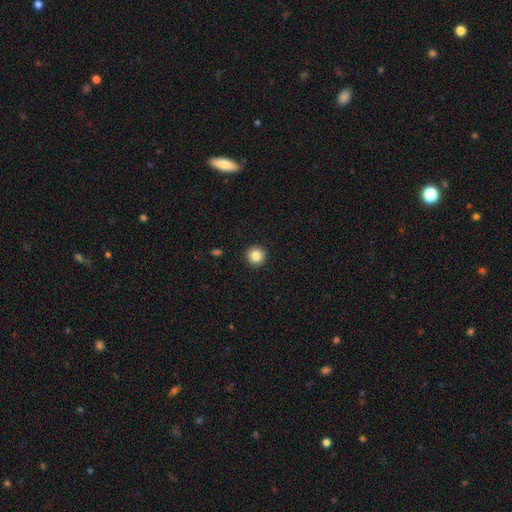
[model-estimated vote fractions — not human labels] Q: Smooth or featured?
A: smooth (85%); runner-up: star or artifact (10%)
Q: How rounded?
A: round (96%); runner-up: in between (3%)
Q: Merging?
A: none (94%); runner-up: minor disturbance (4%)